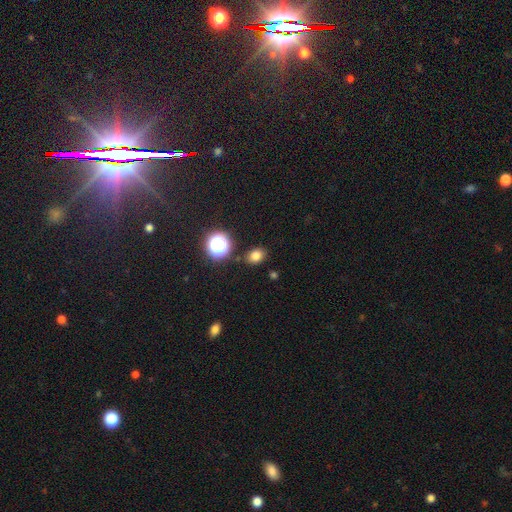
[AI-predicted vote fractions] This appears to be a smooth galaxy with no disk features (78%) that is in between round and cigar-shaped (58%). Merging: none (85%).